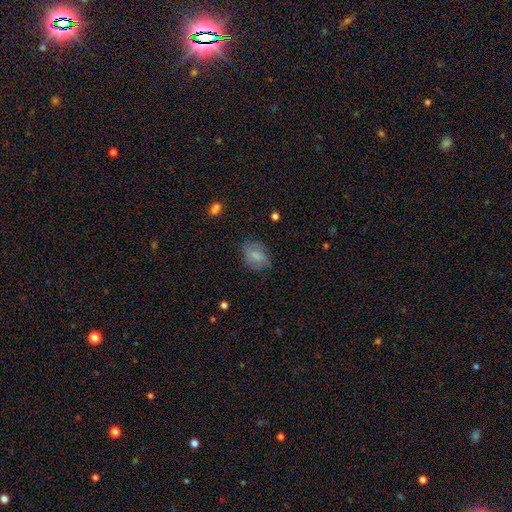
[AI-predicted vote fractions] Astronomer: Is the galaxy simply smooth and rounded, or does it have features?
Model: smooth — 69%.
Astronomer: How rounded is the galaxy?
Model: in between — 71%.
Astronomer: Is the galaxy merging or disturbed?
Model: none — 68%.